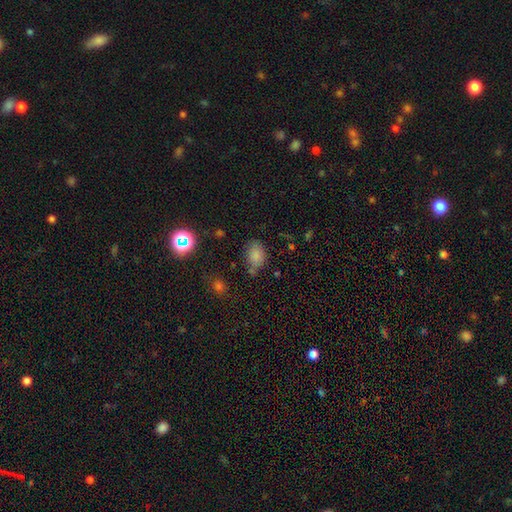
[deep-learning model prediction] This appears to be a smooth galaxy with no disk features (78%) that is in between round and cigar-shaped (74%). Merging: none (64%).